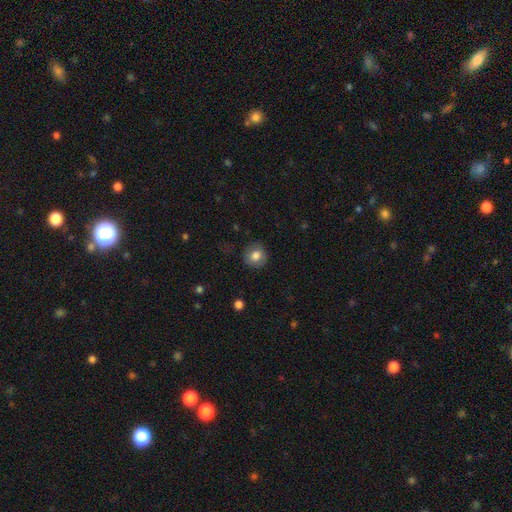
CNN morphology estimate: Overall: smooth (79%). How rounded: round (89%). Merging: none (86%).